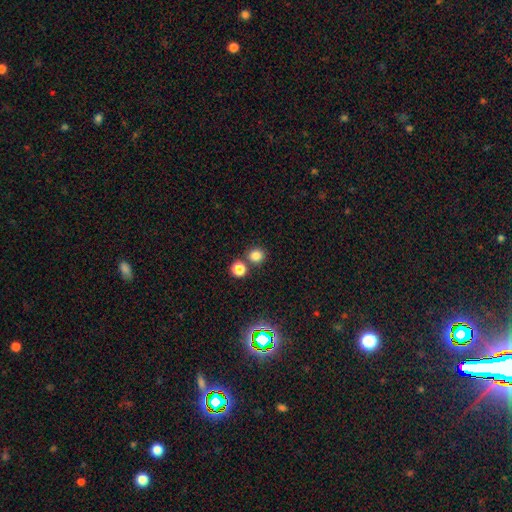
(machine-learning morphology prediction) A smooth galaxy with no disk features (81%) that is round (87%). Merging: none (74%).